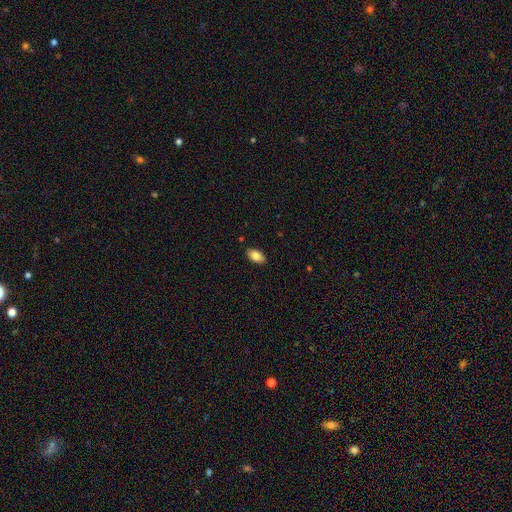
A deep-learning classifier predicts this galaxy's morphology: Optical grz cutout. It shows a smooth galaxy with no disk features (82%) that is in between round and cigar-shaped (93%). Merging: none (88%).